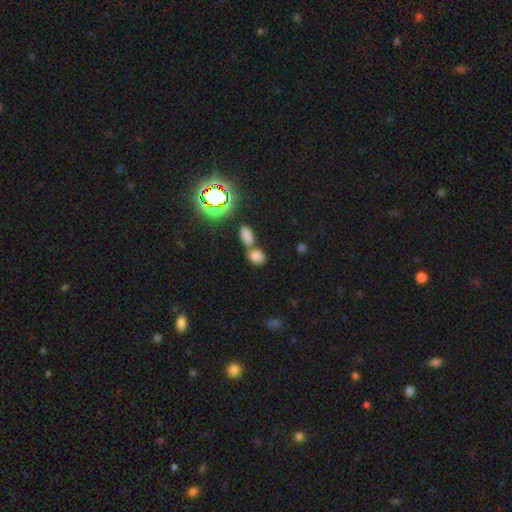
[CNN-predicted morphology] A smooth galaxy with no disk features (76%) that is in between round and cigar-shaped (61%).

Vote fractions:
- Smooth or featured? smooth: 76% / star or artifact: 17% / featured or disk: 7%
- How rounded? in between: 61% / round: 36% / cigar-shaped: 3%
- Merging? merger: 47% / none: 41% / minor disturbance: 8% / major disturbance: 4%